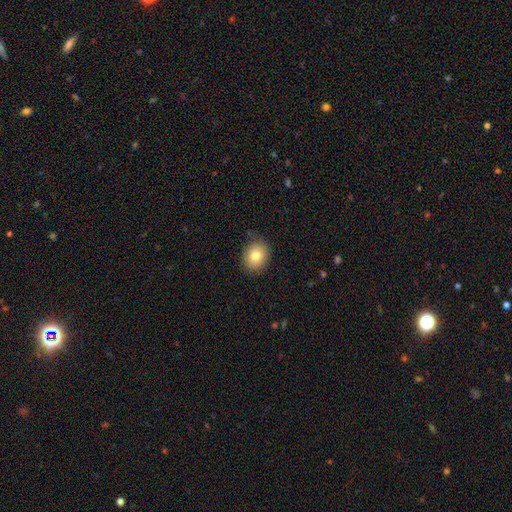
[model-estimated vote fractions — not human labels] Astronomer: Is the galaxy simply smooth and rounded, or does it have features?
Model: smooth — 80%.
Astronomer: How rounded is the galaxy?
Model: round — 59% (runner-up: in between, 40%).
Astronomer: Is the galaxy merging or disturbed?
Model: none — 84%.